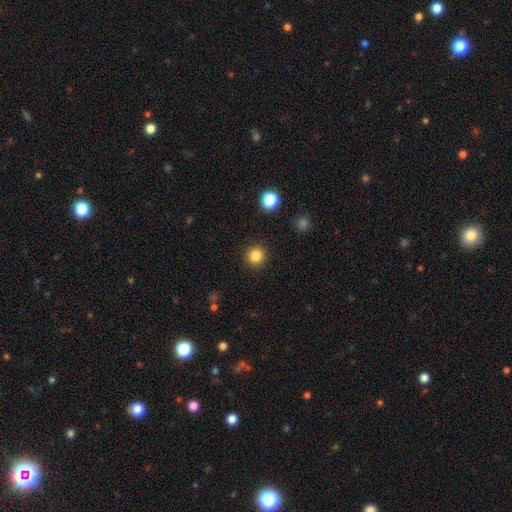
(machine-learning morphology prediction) Overall: smooth (85%). How rounded: round (95%). Merging: none (91%).